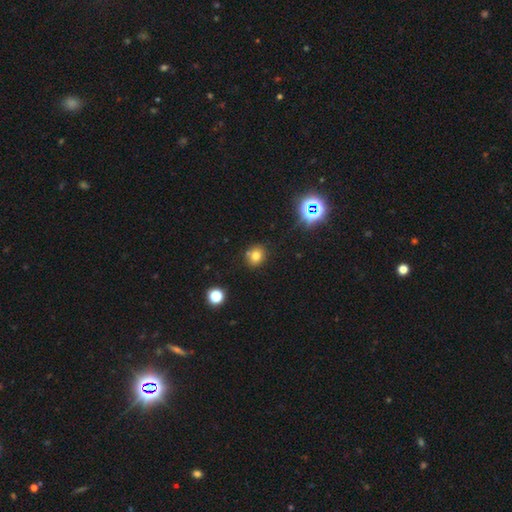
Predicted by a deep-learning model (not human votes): The model was most divided on "how rounded": round: 71%, in between: 28%, cigar-shaped: 1%. More confident: merging — none (76%); smooth or featured — smooth (73%).